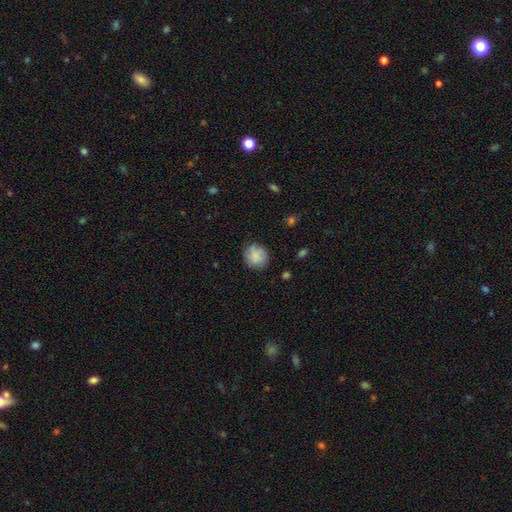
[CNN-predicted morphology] smooth 83%, featured or disk 9%, star or artifact 8%. Down the decision tree: how rounded — round (80%); merging — none (78%).